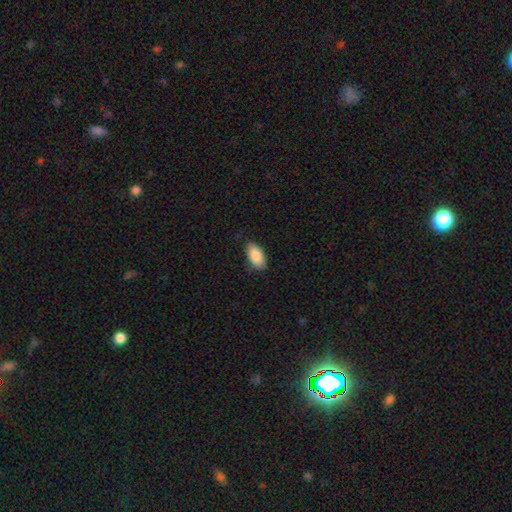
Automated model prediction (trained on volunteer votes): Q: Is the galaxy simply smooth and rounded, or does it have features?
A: smooth — 86%.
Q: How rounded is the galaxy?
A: in between — 94%.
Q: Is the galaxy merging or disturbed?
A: none — 82%.